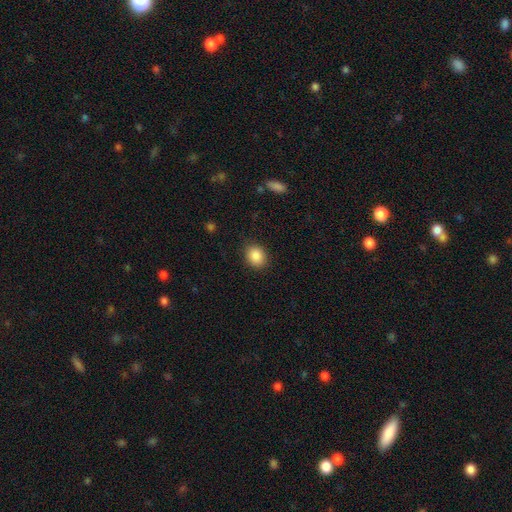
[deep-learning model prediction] A smooth galaxy with no disk features (87%) that is round (57%).

Vote fractions:
- Smooth or featured? smooth: 87% / star or artifact: 9% / featured or disk: 4%
- How rounded? round: 57% / in between: 42% / cigar-shaped: 1%
- Merging? none: 87% / minor disturbance: 9% / major disturbance: 3% / merger: 1%